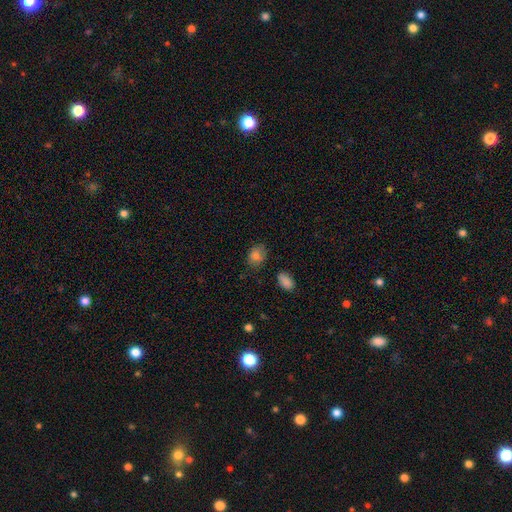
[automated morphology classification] Smooth or featured: smooth — 83% (star or artifact — 10%)
How rounded: in between — 58% (round — 41%)
Merging: none — 75% (minor disturbance — 18%)